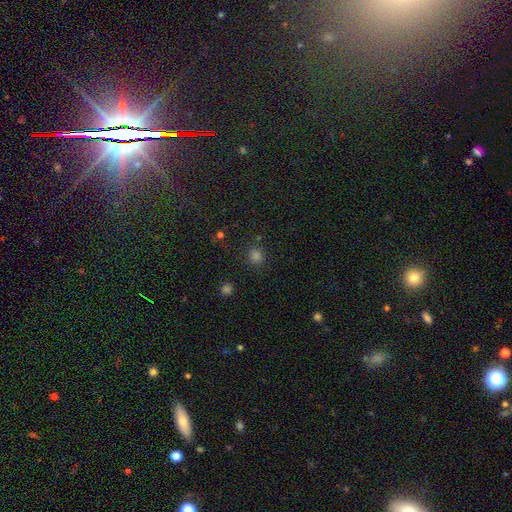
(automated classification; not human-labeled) This appears to be a smooth galaxy with no disk features (70%) that is round (90%). Merging: none (86%).